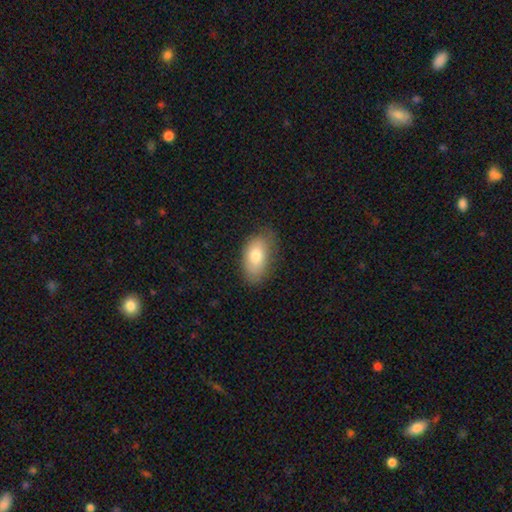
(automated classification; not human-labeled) Morphology: type=smooth (77%); roundness=in between (92%); merging=none (73%).